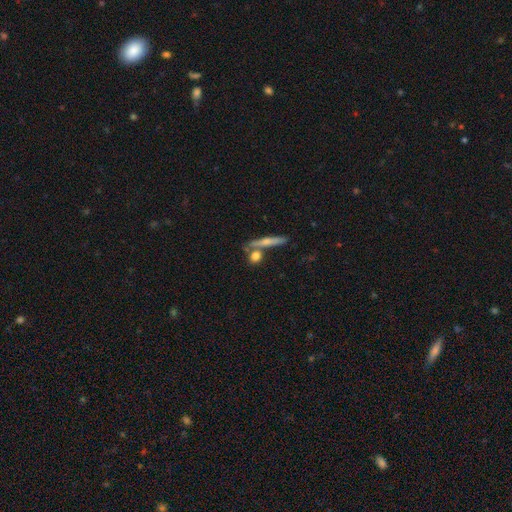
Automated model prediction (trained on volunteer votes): smooth 67%, featured or disk 23%, star or artifact 9%. Down the decision tree: how rounded — round (55%); merging — none (63%).